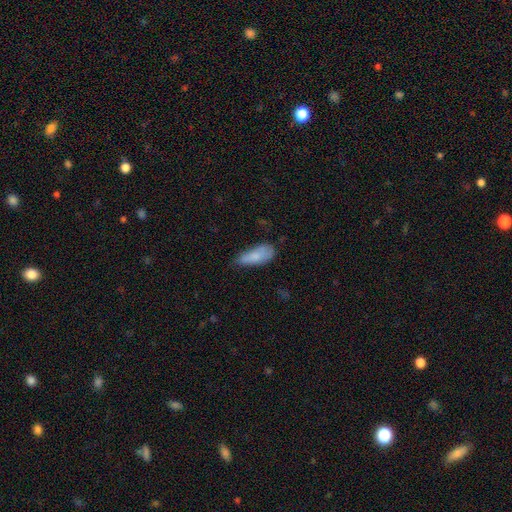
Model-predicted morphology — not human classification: smooth 80%, featured or disk 13%, star or artifact 7%. Down the decision tree: how rounded — in between (74%); merging — none (45%).